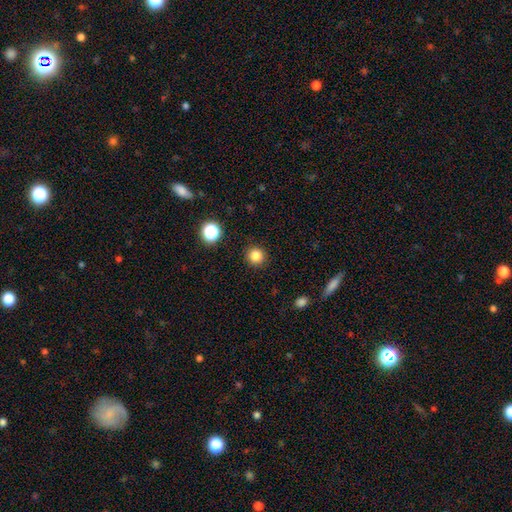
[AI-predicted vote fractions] Smooth or featured: smooth — 83% (star or artifact — 13%)
How rounded: round — 94% (in between — 5%)
Merging: none — 91% (minor disturbance — 6%)